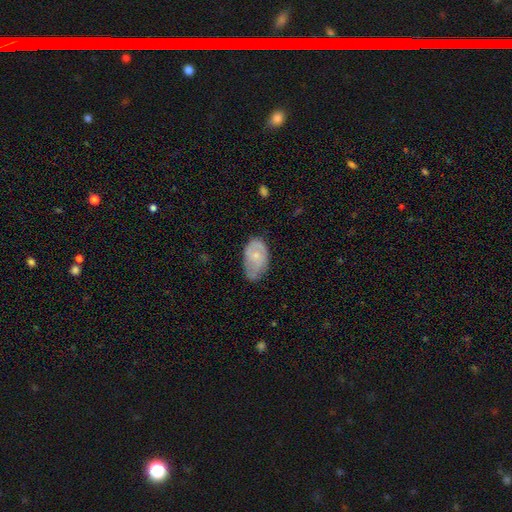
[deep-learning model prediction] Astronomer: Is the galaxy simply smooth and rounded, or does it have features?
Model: smooth — 53% (runner-up: featured or disk, 41%).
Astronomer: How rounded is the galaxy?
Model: in between — 90%.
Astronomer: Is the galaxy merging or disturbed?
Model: none — 46% (runner-up: minor disturbance, 40%).